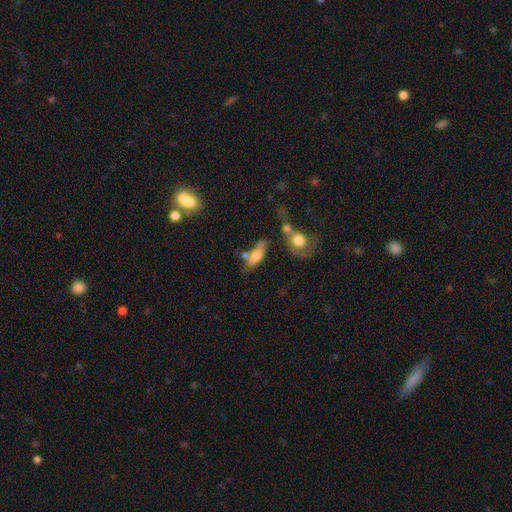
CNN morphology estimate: Q: Smooth or featured?
A: smooth (67%); runner-up: featured or disk (24%)
Q: How rounded?
A: in between (70%); runner-up: cigar-shaped (24%)
Q: Merging?
A: none (39%); runner-up: merger (31%)